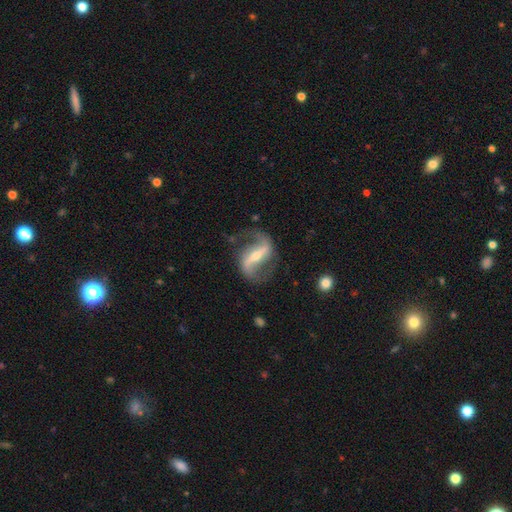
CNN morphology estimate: This appears to be a featured or disk galaxy (90%) with a strong bar (65%), 2 (92%) loose (64%) spiral arms (95%) and a small central bulge (53%). Merging: none (75%).